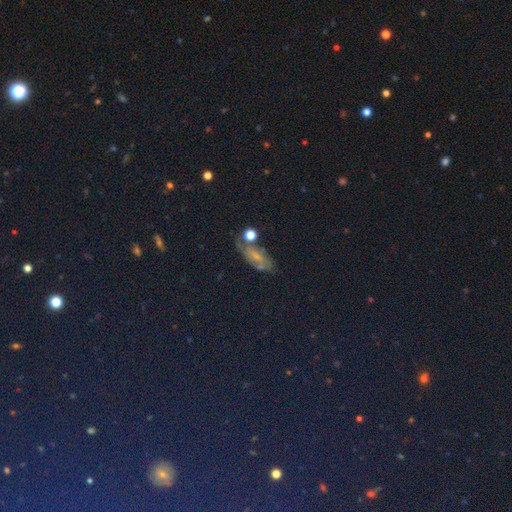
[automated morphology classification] type=star or artifact (41%).